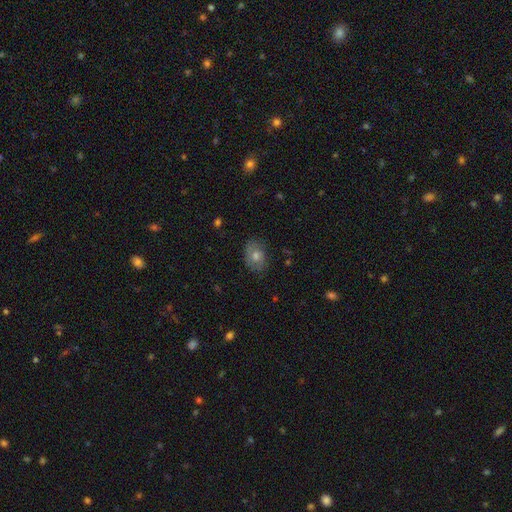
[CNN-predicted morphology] A smooth galaxy with no disk features (54%) that is in between round and cigar-shaped (69%).

Vote fractions:
- Smooth or featured? smooth: 54% / featured or disk: 31% / star or artifact: 15%
- How rounded? in between: 69% / round: 30% / cigar-shaped: 1%
- Merging? none: 79% / minor disturbance: 16% / major disturbance: 4% / merger: 1%